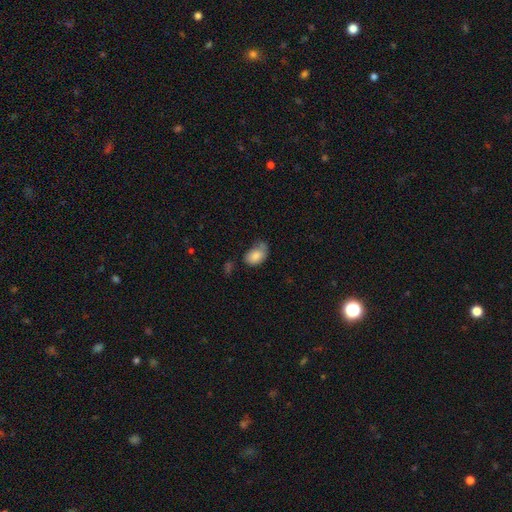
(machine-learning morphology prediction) The model was most divided on "merging": none: 41%, minor disturbance: 35%, major disturbance: 15%, merger: 9%. More confident: how rounded — in between (85%); smooth or featured — smooth (82%).